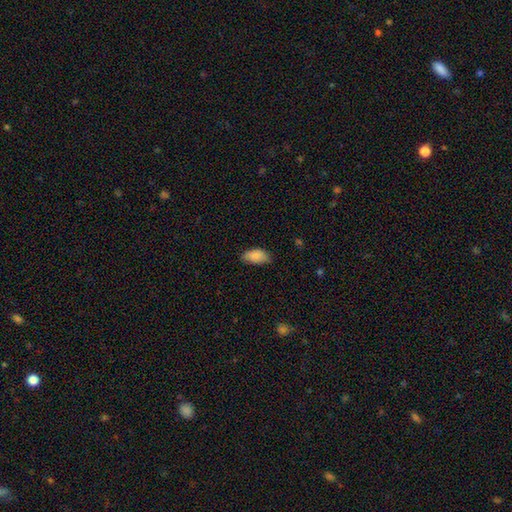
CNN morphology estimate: A smooth galaxy with no disk features (88%) that is in between round and cigar-shaped (94%).

Vote fractions:
- Smooth or featured? smooth: 88% / star or artifact: 7% / featured or disk: 5%
- How rounded? in between: 94% / cigar-shaped: 3% / round: 3%
- Merging? none: 75% / minor disturbance: 20% / major disturbance: 3% / merger: 1%